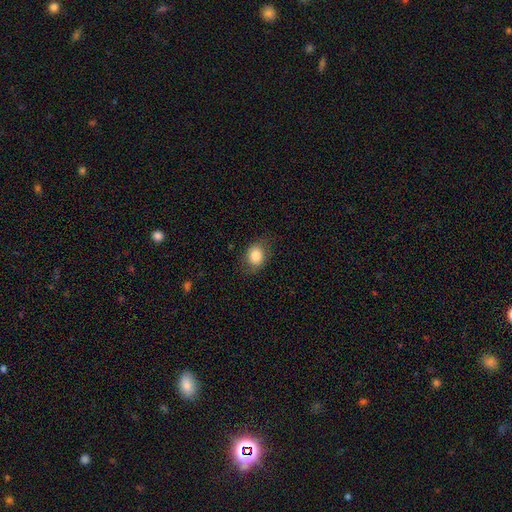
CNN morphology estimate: smooth_or_featured: smooth (p=0.83) [alt: star or artifact p=0.09]
how_rounded: in between (p=0.51) [alt: round p=0.48]
merging: none (p=0.78) [alt: minor disturbance p=0.16]